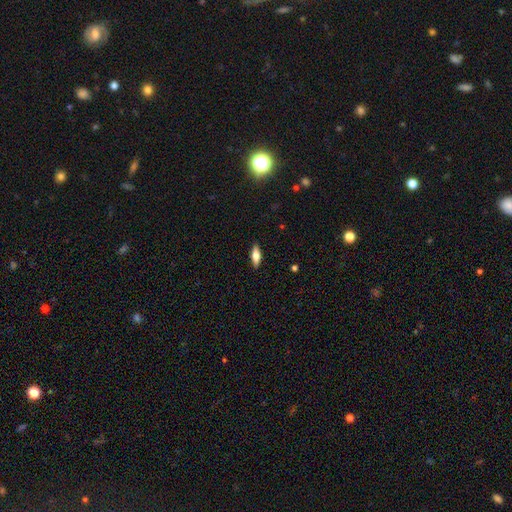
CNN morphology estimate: The model was most divided on "smooth or featured": smooth: 60%, featured or disk: 33%, star or artifact: 7%. More confident: merging — none (89%); how rounded — in between (65%).